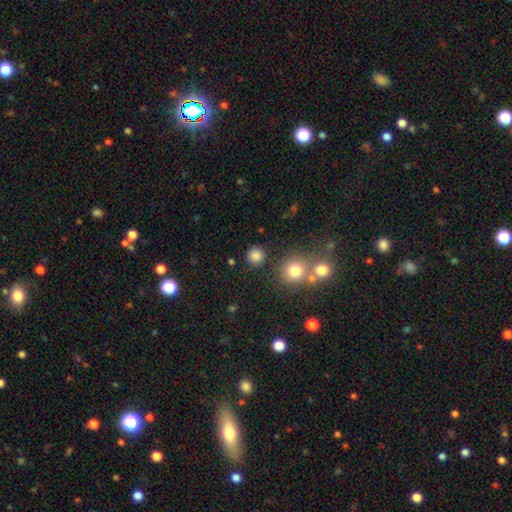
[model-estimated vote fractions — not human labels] Overall: smooth (82%). How rounded: round (92%). Merging: none (83%).